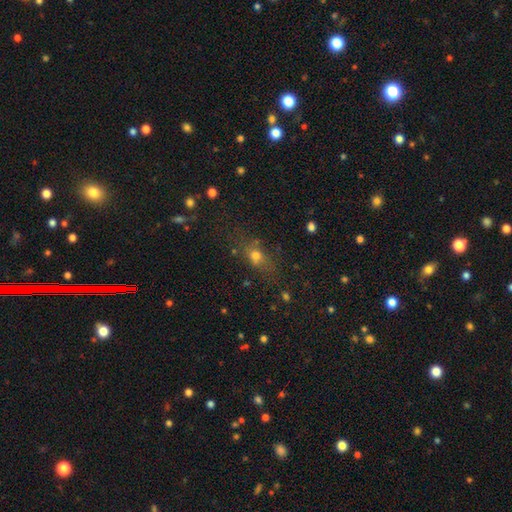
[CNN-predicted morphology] A smooth galaxy with no disk features (66%) that is in between round and cigar-shaped (54%). Merging: none (65%).